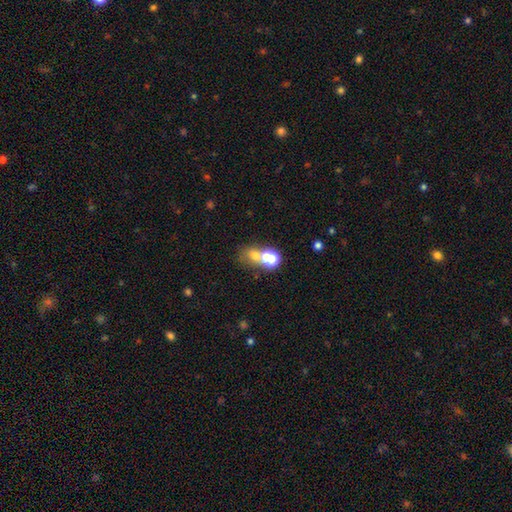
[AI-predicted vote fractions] Smooth or featured? Predicted: smooth (p=0.60). How rounded? Predicted: round (p=0.61). Merging? Predicted: merger (p=0.54).